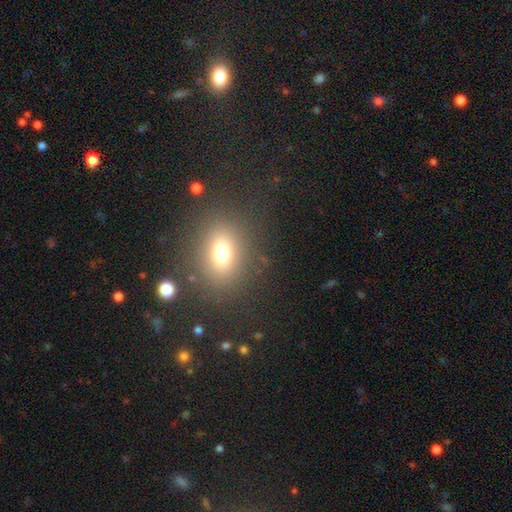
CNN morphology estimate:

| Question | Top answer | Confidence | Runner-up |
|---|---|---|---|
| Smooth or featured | smooth | 65% | star or artifact (22%) |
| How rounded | in between | 66% | round (30%) |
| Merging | none | 84% | minor disturbance (9%) |